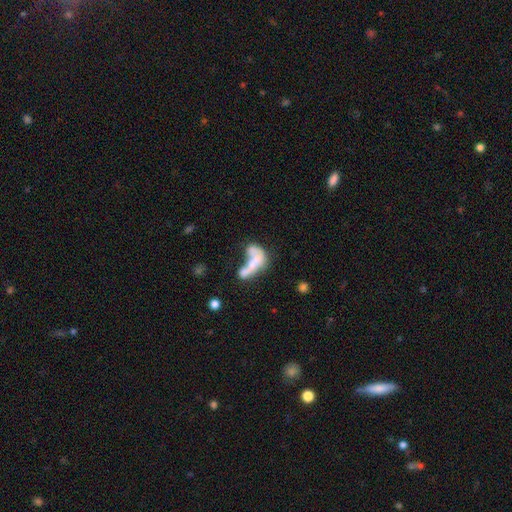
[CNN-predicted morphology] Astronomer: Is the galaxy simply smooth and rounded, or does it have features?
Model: smooth — 46% (runner-up: featured or disk, 44%).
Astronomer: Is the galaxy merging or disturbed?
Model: merger — 59%.